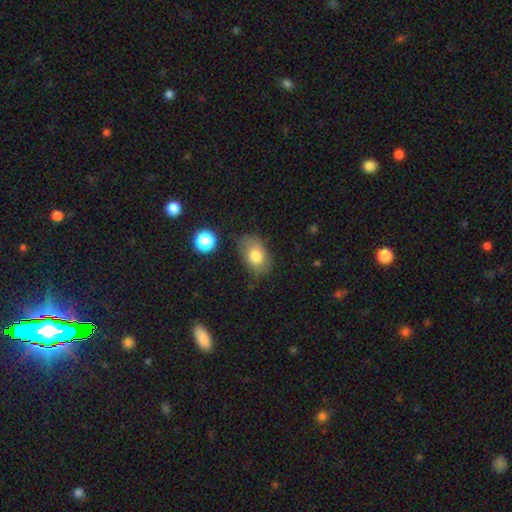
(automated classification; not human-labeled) This is likely a smooth galaxy (77%). How rounded: clearly in between (81%). Merging: likely none (66%).